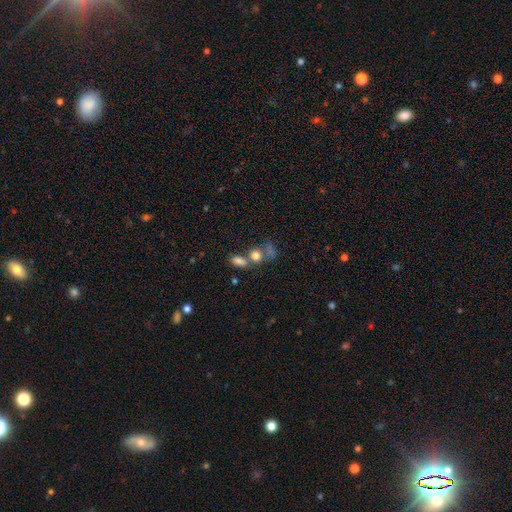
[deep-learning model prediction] Q: Smooth or featured?
A: smooth (76%); runner-up: star or artifact (14%)
Q: How rounded?
A: in between (49%); runner-up: round (48%)
Q: Merging?
A: none (42%); runner-up: merger (40%)